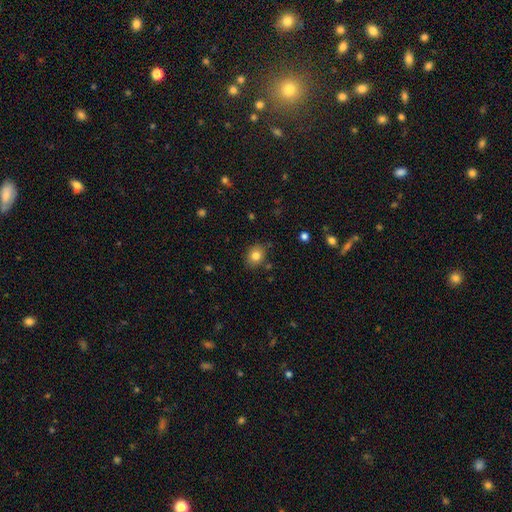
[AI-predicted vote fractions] Q: Smooth or featured?
A: smooth (81%); runner-up: star or artifact (10%)
Q: How rounded?
A: in between (50%); runner-up: round (49%)
Q: Merging?
A: none (83%); runner-up: minor disturbance (12%)